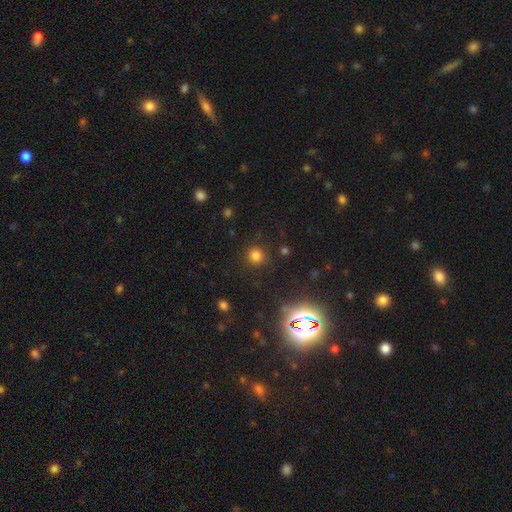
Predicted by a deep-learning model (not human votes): Morphology: type=smooth (76%); roundness=round (92%); merging=none (88%).